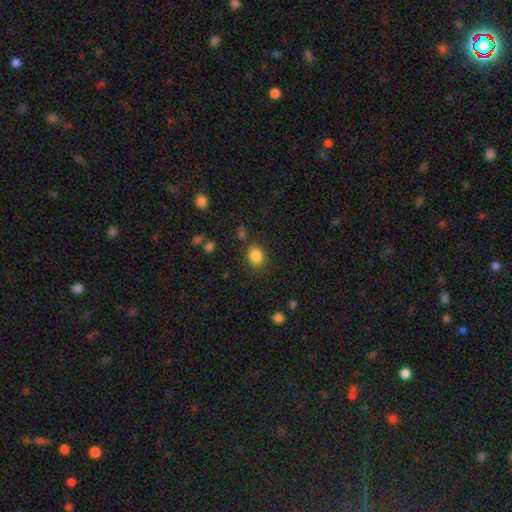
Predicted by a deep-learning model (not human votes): Smooth or featured? smooth (85%)
How rounded? in between (54%)
Merging? none (81%)